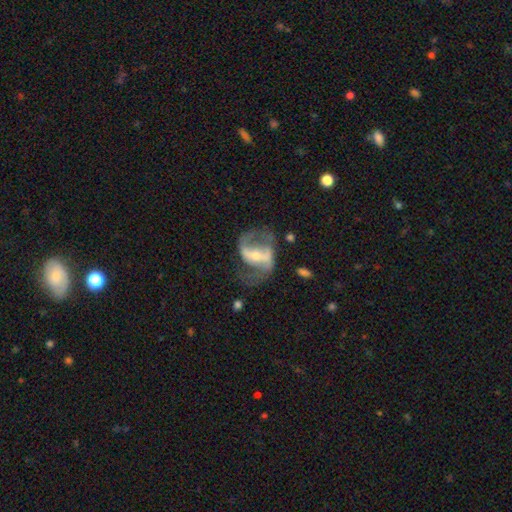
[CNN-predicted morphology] smooth-or-featured: featured or disk: 85% | smooth: 9% | star or artifact: 6%
  disk-edge-on: no: 96% | yes: 4%
    bar: strong: 55% | weak: 30% | no: 15%
    has-spiral-arms: yes: 89% | no: 11%
      spiral-winding: medium: 48% | loose: 39% | tight: 13%
      spiral-arm-count: 2: 88% | can't tell: 5% | 1: 4% | 3: 1% | 4: 1% | more than 4: 1%
    bulge-size: small: 51% | moderate: 42% | large: 3% | none: 3% | dominant: 1%
  merging: none: 60% | major disturbance: 20% | minor disturbance: 18% | merger: 3%